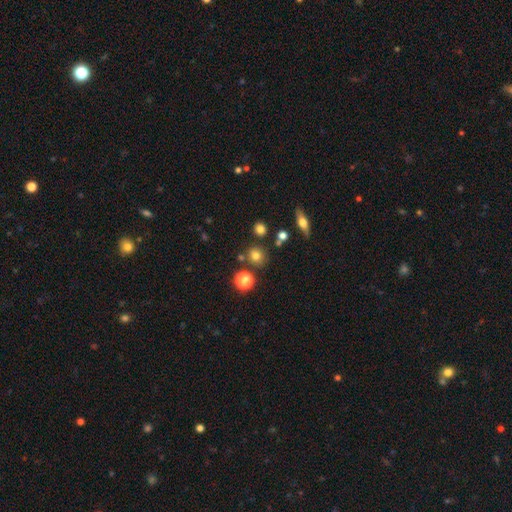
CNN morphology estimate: smooth-or-featured: smooth: 74% | star or artifact: 16% | featured or disk: 10%
  how-rounded: round: 86% | in between: 13% | cigar-shaped: 1%
  merging: none: 80% | minor disturbance: 9% | merger: 8% | major disturbance: 3%